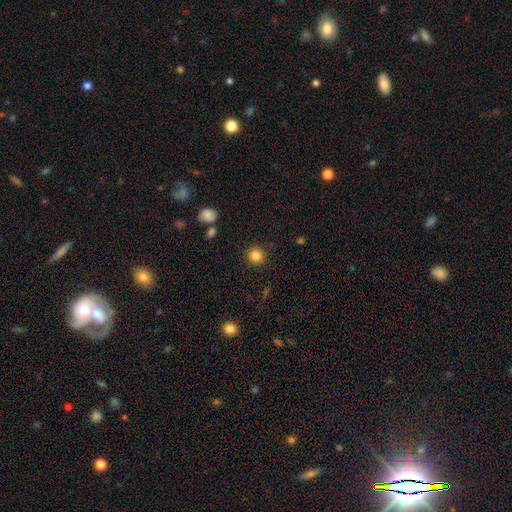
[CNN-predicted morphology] This appears to be a smooth galaxy with no disk features (84%) that is round (93%). Merging: none (90%).